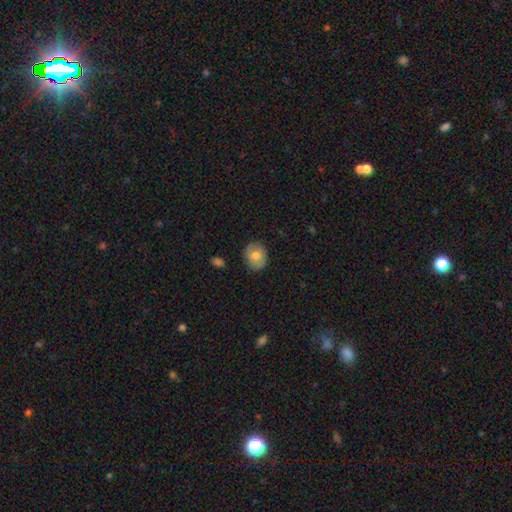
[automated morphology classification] Q: Smooth or featured?
A: smooth (74%); runner-up: featured or disk (19%)
Q: How rounded?
A: round (60%); runner-up: in between (39%)
Q: Merging?
A: none (83%); runner-up: minor disturbance (13%)